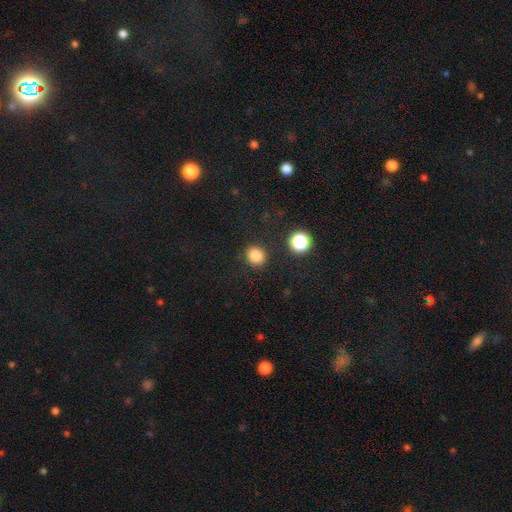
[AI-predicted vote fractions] A smooth galaxy with no disk features (81%) that is round (82%). Merging: none (88%).